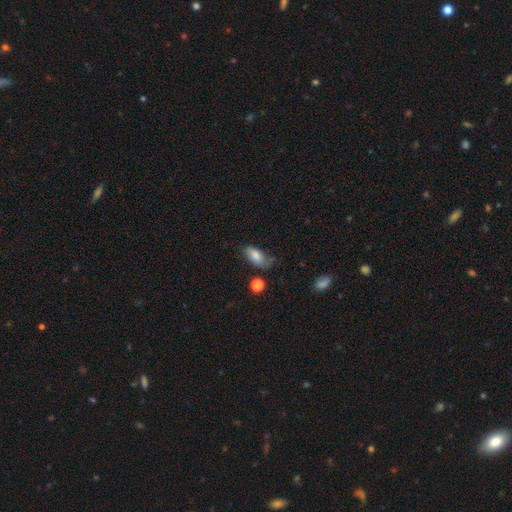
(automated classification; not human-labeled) smooth_or_featured: smooth (p=0.80) [alt: featured or disk p=0.12]
how_rounded: in between (p=0.89) [alt: cigar-shaped p=0.08]
merging: none (p=0.59) [alt: minor disturbance p=0.29]